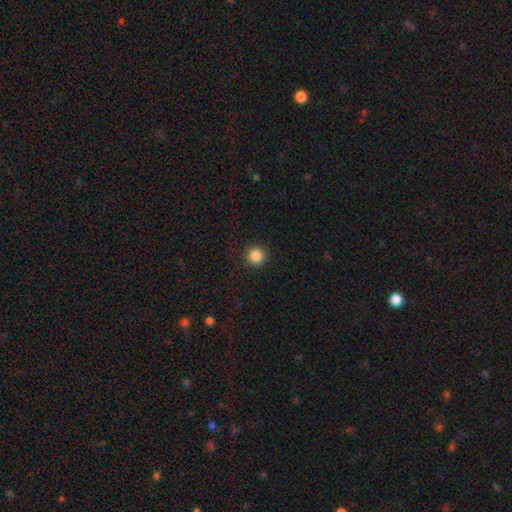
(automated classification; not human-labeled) This appears to be a smooth galaxy with no disk features (86%) that is round (95%). Merging: none (91%).